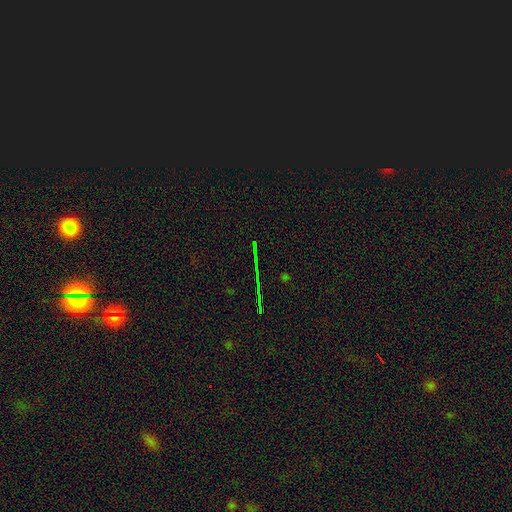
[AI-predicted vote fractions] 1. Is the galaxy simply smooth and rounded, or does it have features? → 78% star or artifact, 13% featured or disk, 9% smooth.